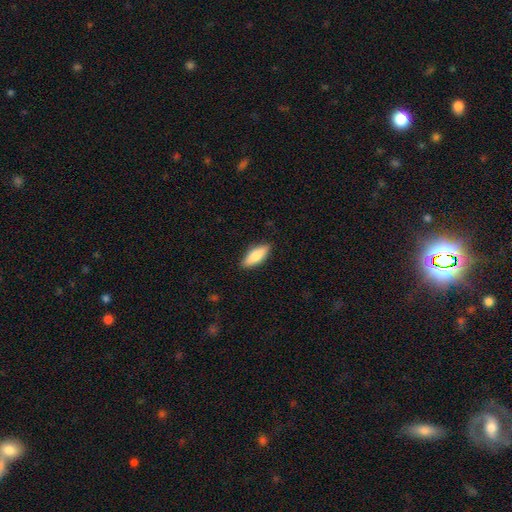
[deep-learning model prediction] A smooth galaxy with no disk features (77%) that is in between round and cigar-shaped (65%).

Vote fractions:
- Smooth or featured? smooth: 77% / featured or disk: 18% / star or artifact: 6%
- How rounded? in between: 65% / cigar-shaped: 33% / round: 2%
- Merging? none: 87% / minor disturbance: 10% / major disturbance: 2% / merger: 1%